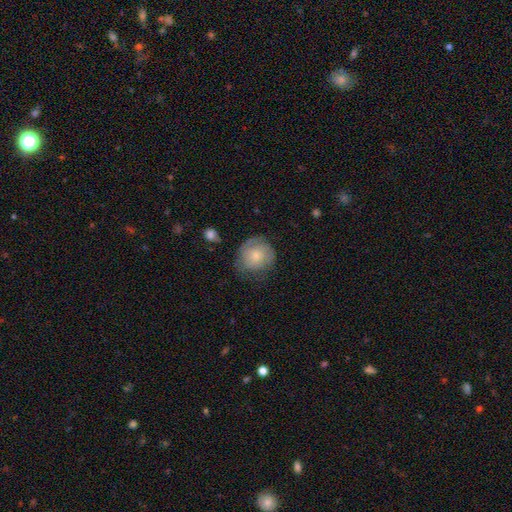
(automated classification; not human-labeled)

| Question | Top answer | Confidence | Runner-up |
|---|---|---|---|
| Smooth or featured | smooth | 64% | featured or disk (30%) |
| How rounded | round | 83% | in between (16%) |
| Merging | none | 61% | minor disturbance (26%) |